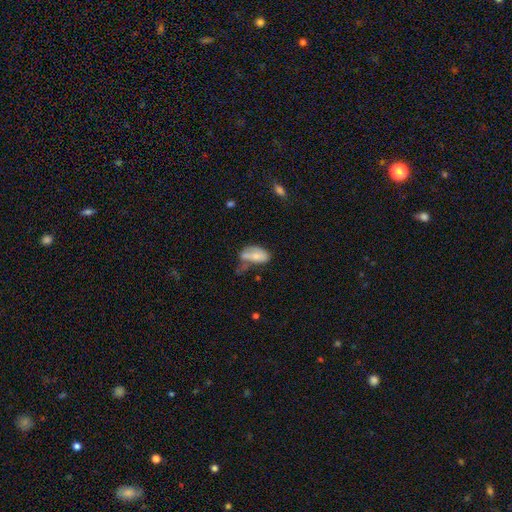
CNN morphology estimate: This is likely a smooth galaxy (66%). How rounded: clearly in between (91%). Merging: marginally none (30%).